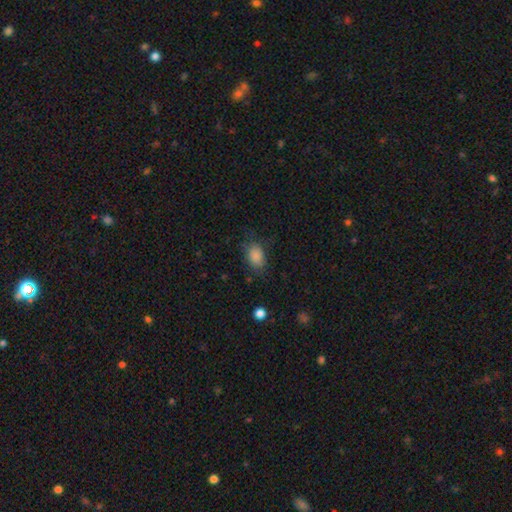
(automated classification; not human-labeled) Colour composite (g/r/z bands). It shows a smooth galaxy with no disk features (85%) that is in between round and cigar-shaped (82%). Merging: none (72%).